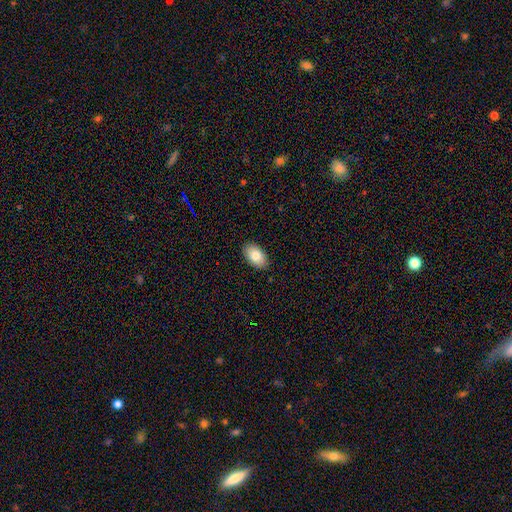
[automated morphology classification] smooth-or-featured: smooth: 82% | featured or disk: 11% | star or artifact: 7%
  how-rounded: in between: 93% | round: 6% | cigar-shaped: 1%
  merging: none: 89% | minor disturbance: 9% | major disturbance: 2% | merger: 1%